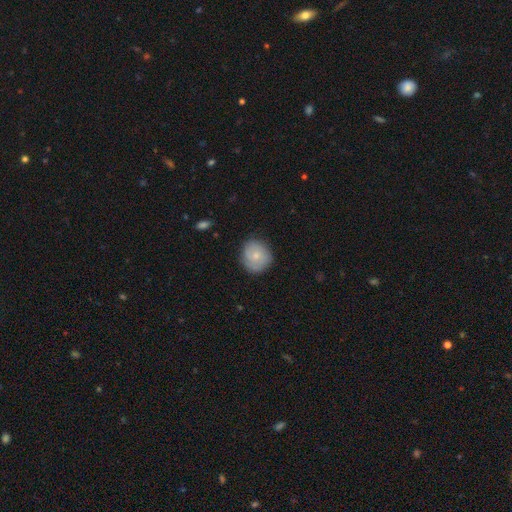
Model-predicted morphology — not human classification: type=smooth (61%); roundness=round (87%); merging=none (81%).